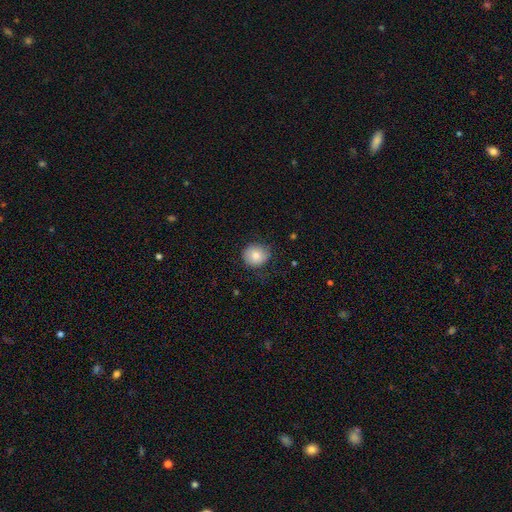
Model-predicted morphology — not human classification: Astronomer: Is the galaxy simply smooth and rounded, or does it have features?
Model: smooth — 81%.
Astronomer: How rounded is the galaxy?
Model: round — 81%.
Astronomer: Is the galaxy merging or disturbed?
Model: none — 75%.